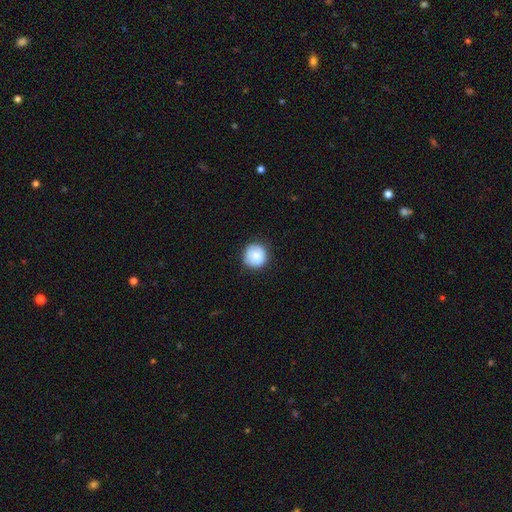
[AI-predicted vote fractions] smooth_or_featured: smooth (p=0.82) [alt: featured or disk p=0.10]
how_rounded: round (p=0.94) [alt: in between p=0.05]
merging: none (p=0.84) [alt: minor disturbance p=0.12]